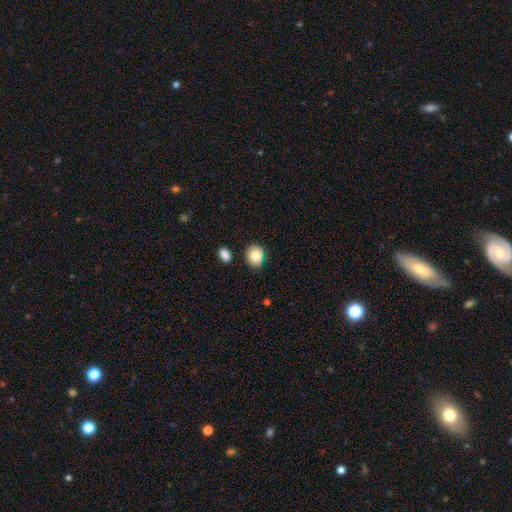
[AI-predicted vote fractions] smooth 82%, featured or disk 9%, star or artifact 9%. Down the decision tree: how rounded — round (70%); merging — none (81%).